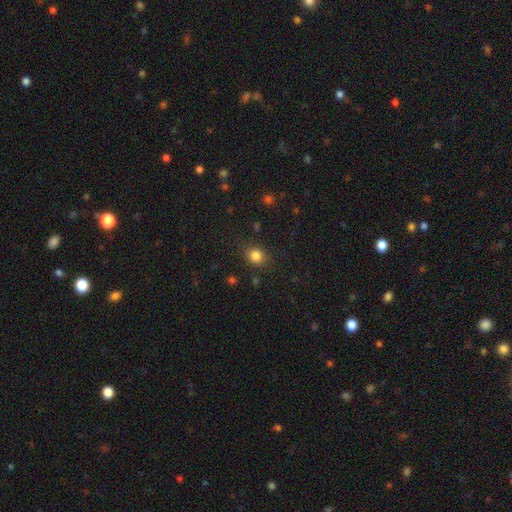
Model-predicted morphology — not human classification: Q: Smooth or featured?
A: smooth (83%); runner-up: star or artifact (12%)
Q: How rounded?
A: round (68%); runner-up: in between (31%)
Q: Merging?
A: none (84%); runner-up: minor disturbance (11%)